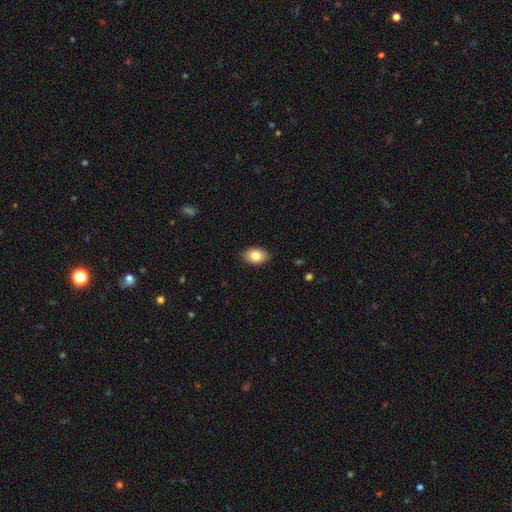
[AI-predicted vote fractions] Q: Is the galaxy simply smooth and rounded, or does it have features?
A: smooth — 82%.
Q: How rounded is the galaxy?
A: in between — 85%.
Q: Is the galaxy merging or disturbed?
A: none — 88%.